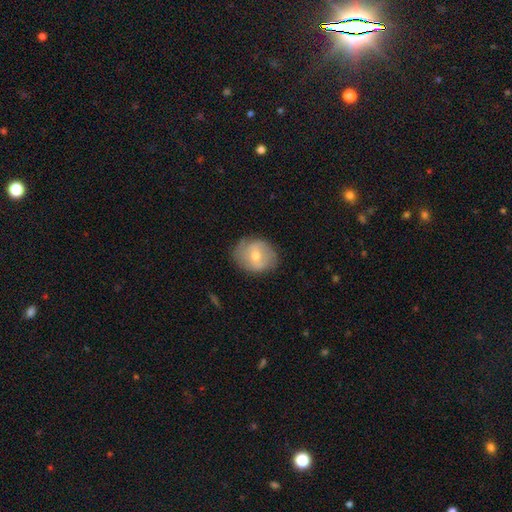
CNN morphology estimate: The model was most divided on "smooth or featured": smooth: 49%, featured or disk: 44%, star or artifact: 7%. More confident: merging — none (72%).